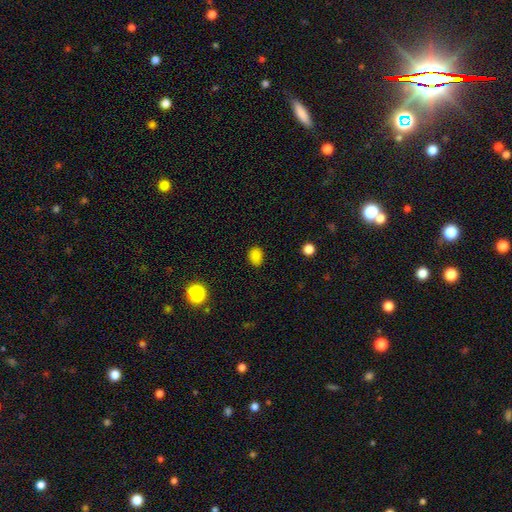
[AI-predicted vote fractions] A smooth galaxy with no disk features (84%) that is in between round and cigar-shaped (64%).

Vote fractions:
- Smooth or featured? smooth: 84% / star or artifact: 13% / featured or disk: 3%
- How rounded? in between: 64% / round: 35% / cigar-shaped: 1%
- Merging? none: 84% / minor disturbance: 11% / major disturbance: 3% / merger: 1%